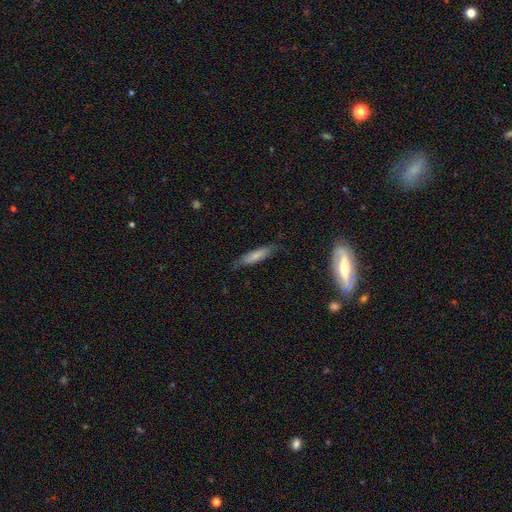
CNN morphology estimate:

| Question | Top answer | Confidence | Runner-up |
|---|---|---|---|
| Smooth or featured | smooth | 72% | featured or disk (22%) |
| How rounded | cigar-shaped | 78% | in between (20%) |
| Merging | none | 76% | minor disturbance (18%) |